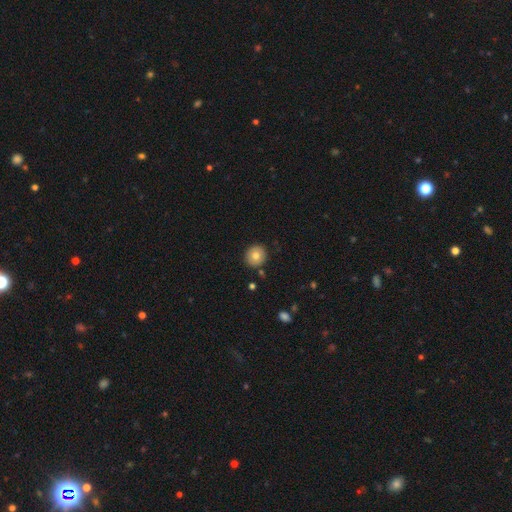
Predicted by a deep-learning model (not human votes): Overall: smooth (77%). How rounded: round (92%). Merging: none (90%).